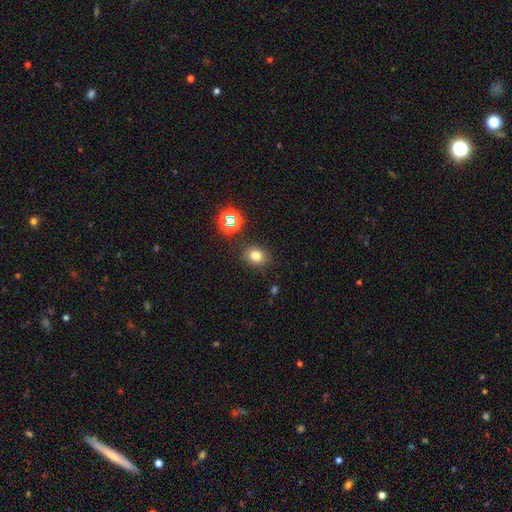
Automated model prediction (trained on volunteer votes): smooth_or_featured: smooth (p=0.75) [alt: star or artifact p=0.17]
how_rounded: round (p=0.56) [alt: in between p=0.43]
merging: none (p=0.84) [alt: minor disturbance p=0.10]